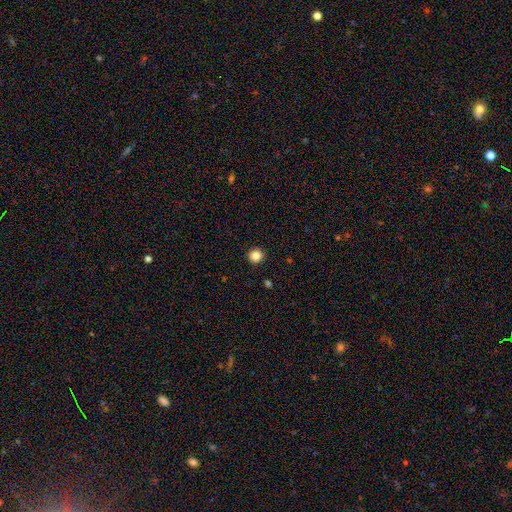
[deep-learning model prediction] Smooth or featured? smooth (84%)
How rounded? round (95%)
Merging? none (93%)